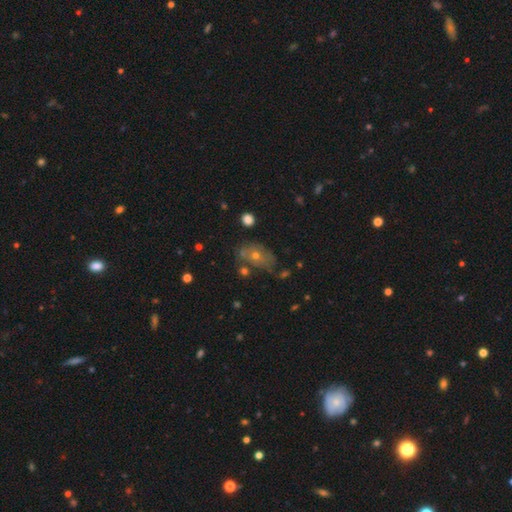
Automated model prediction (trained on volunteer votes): smooth 51%, featured or disk 33%, star or artifact 16%. Down the decision tree: how rounded — in between (75%); merging — none (54%).